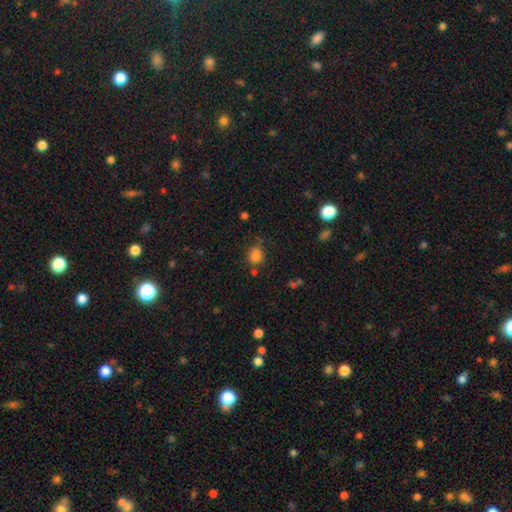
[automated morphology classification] Smooth or featured? Predicted: smooth (p=0.82). How rounded? Predicted: round (p=0.69). Merging? Predicted: none (p=0.70).